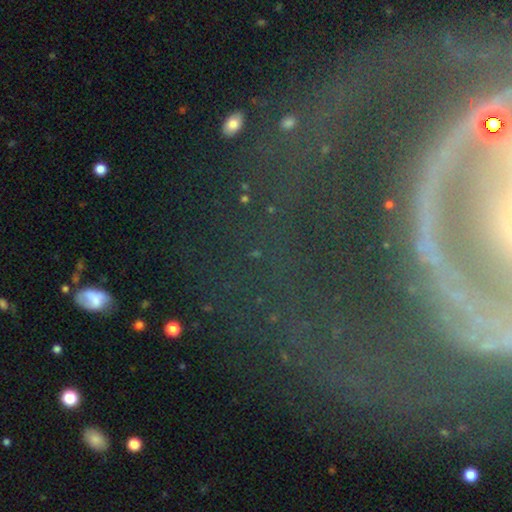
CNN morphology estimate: This appears to be a star or artifact, not a galaxy (41%, tied with featured or disk).